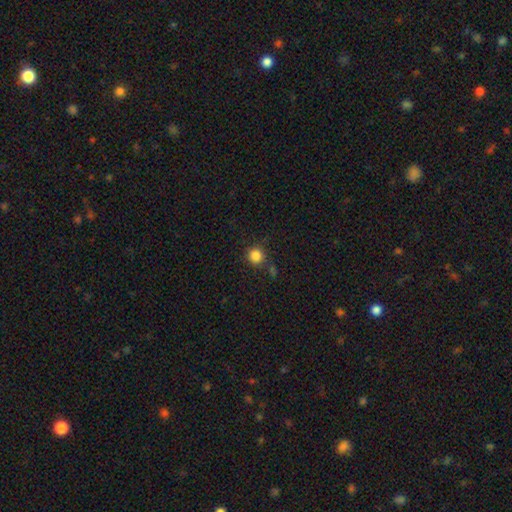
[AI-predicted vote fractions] This appears to be a smooth galaxy with no disk features (85%) that is round (92%). Merging: none (79%).